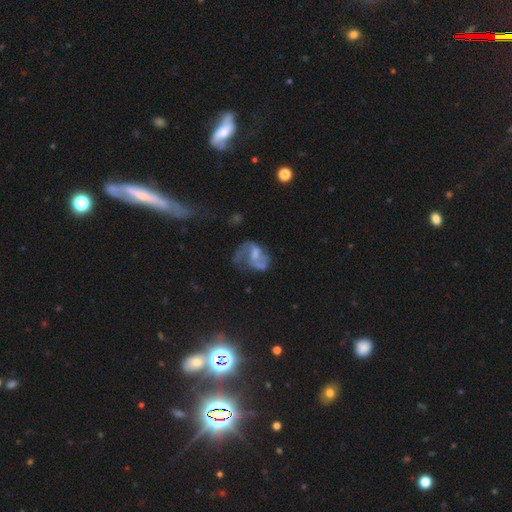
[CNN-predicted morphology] Smooth or featured?
  - featured or disk: 67% *
  - smooth: 22%
  - star or artifact: 11%
Edge-on disk?
  - no: 98% *
  - yes: 2%
Bar?
  - no: 50% *
  - weak: 40%
  - strong: 10%
Spiral arms?
  - yes: 69% *
  - no: 31%
Bulge size?
  - none: 35% *
  - moderate: 31%
  - small: 25%
  - large: 7%
  - dominant: 2%
Merging?
  - major disturbance: 37% *
  - none: 35%
  - minor disturbance: 20%
  - merger: 8%